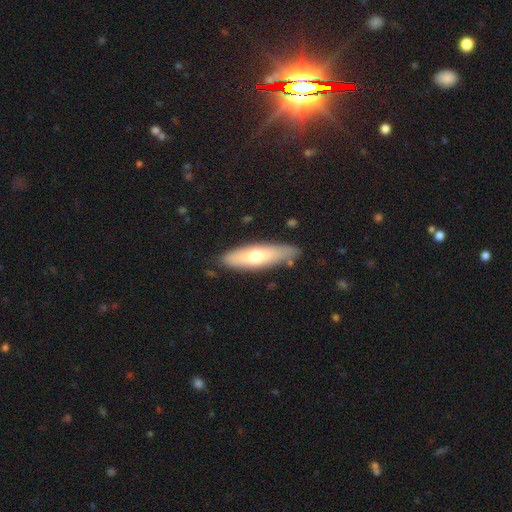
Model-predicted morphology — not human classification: smooth-or-featured: smooth: 55% | featured or disk: 39% | star or artifact: 6%
  how-rounded: cigar-shaped: 62% | in between: 36% | round: 2%
  merging: none: 85% | minor disturbance: 11% | major disturbance: 2% | merger: 2%